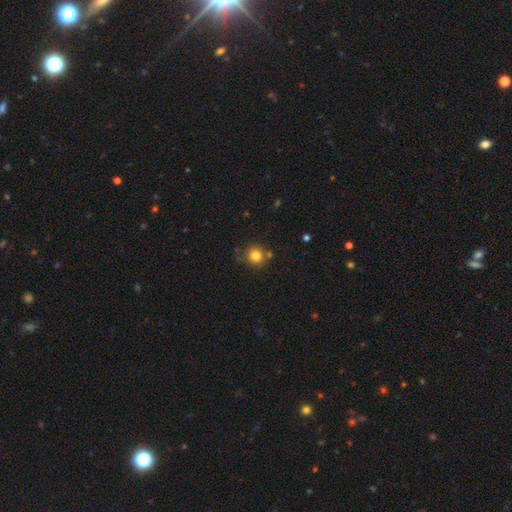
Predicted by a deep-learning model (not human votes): Smooth or featured: smooth — 82% (star or artifact — 11%)
How rounded: round — 91% (in between — 8%)
Merging: none — 73% (minor disturbance — 13%)